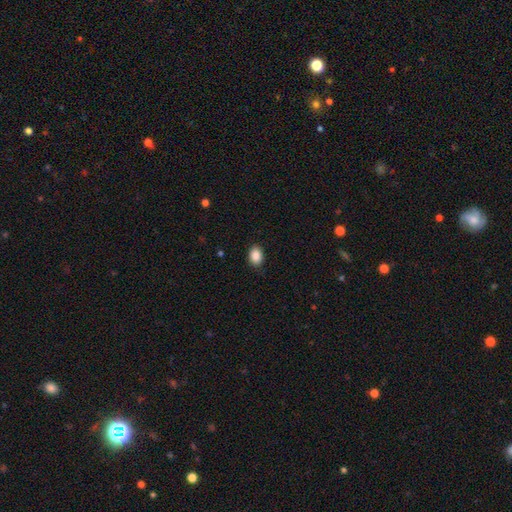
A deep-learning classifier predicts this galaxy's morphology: smooth_or_featured: smooth (p=0.88) [alt: star or artifact p=0.08]
how_rounded: in between (p=0.75) [alt: round p=0.24]
merging: none (p=0.89) [alt: minor disturbance p=0.08]